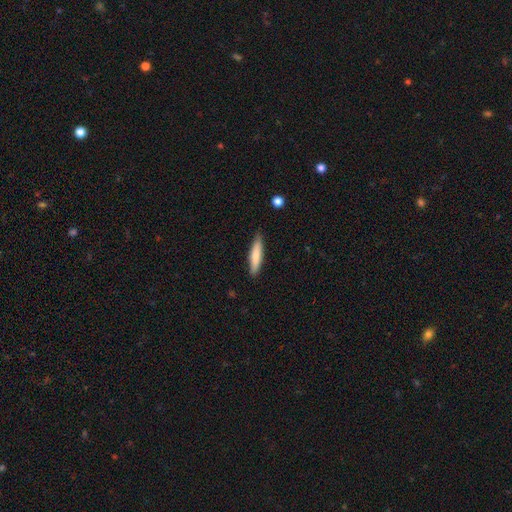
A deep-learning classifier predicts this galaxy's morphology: smooth_or_featured: smooth (p=0.77) [alt: featured or disk p=0.17]
how_rounded: cigar-shaped (p=0.84) [alt: in between p=0.15]
merging: none (p=0.87) [alt: minor disturbance p=0.10]